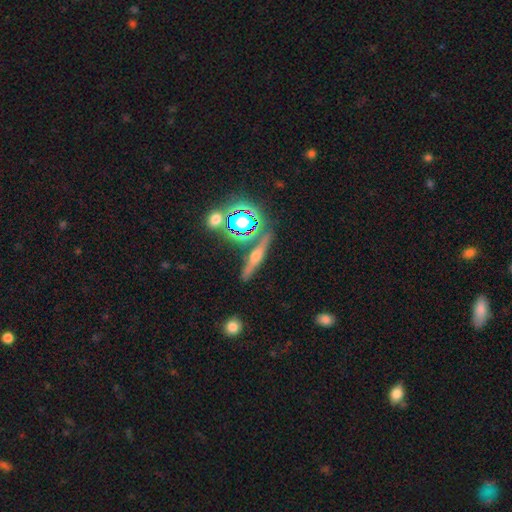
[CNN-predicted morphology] smooth_or_featured: featured or disk (p=0.56) [alt: smooth p=0.25]
disk_edge_on: yes (p=0.91) [alt: no p=0.09]
edge_on_bulge: rounded (p=0.88) [alt: boxy p=0.06]
merging: none (p=0.84) [alt: minor disturbance p=0.09]